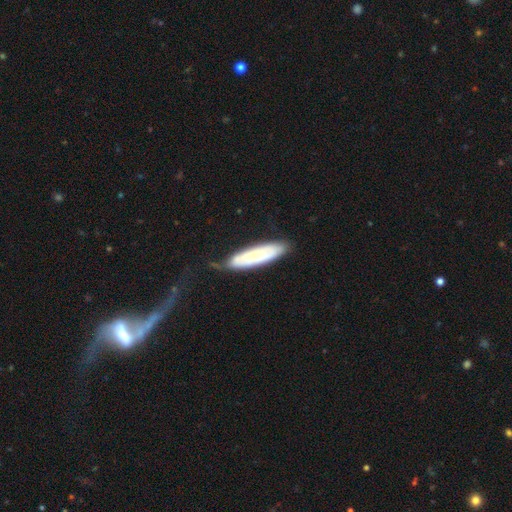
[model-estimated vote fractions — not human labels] Smooth or featured: smooth — 57% (featured or disk — 36%)
How rounded: cigar-shaped — 66% (in between — 32%)
Merging: none — 63% (minor disturbance — 26%)